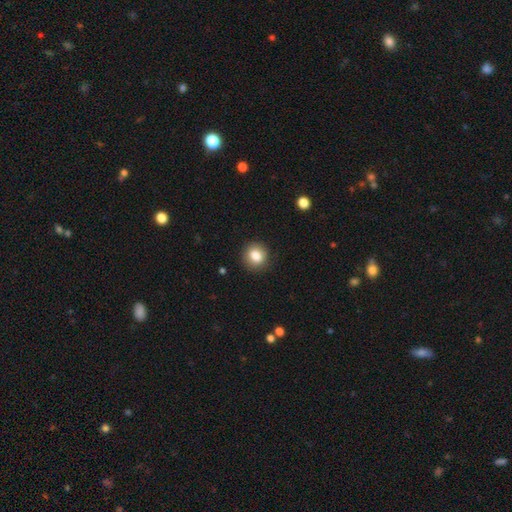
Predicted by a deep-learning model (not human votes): Smooth or featured? smooth (83%)
How rounded? round (83%)
Merging? none (88%)